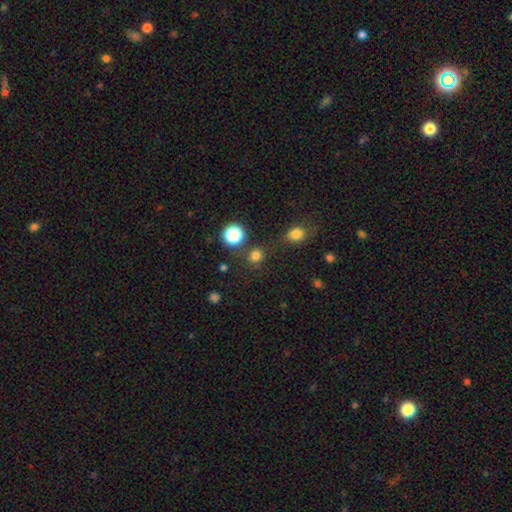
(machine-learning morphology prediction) Smooth or featured? Predicted: smooth (p=0.75). How rounded? Predicted: round (p=0.91). Merging? Predicted: none (p=0.78).